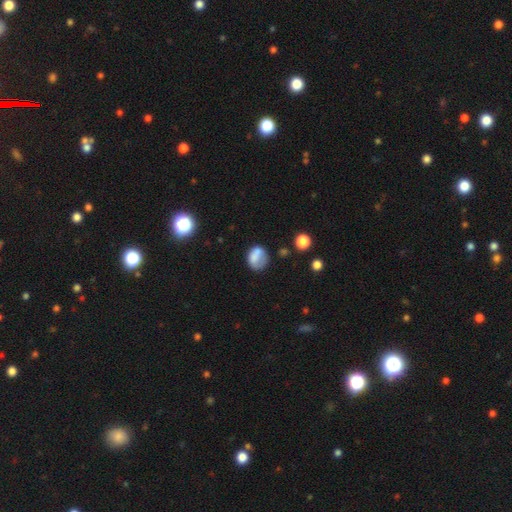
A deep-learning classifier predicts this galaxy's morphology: The model was most divided on "how rounded": round: 56%, in between: 42%, cigar-shaped: 1%. Remaining: smooth or featured — smooth (68%); merging — none (45%).